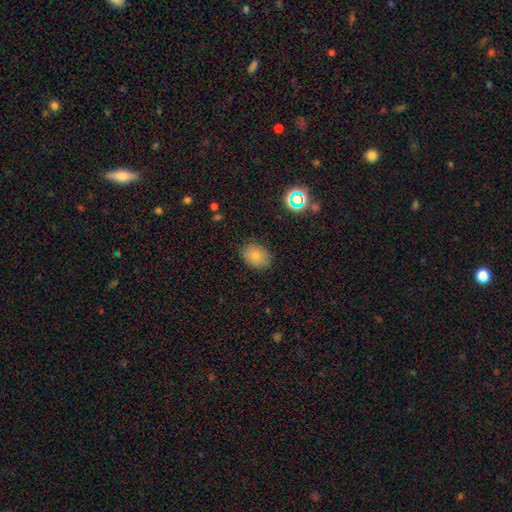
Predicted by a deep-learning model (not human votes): smooth-or-featured: smooth: 79% | star or artifact: 11% | featured or disk: 10%
  how-rounded: in between: 66% | round: 33% | cigar-shaped: 1%
  merging: none: 85% | minor disturbance: 12% | major disturbance: 3% | merger: 1%